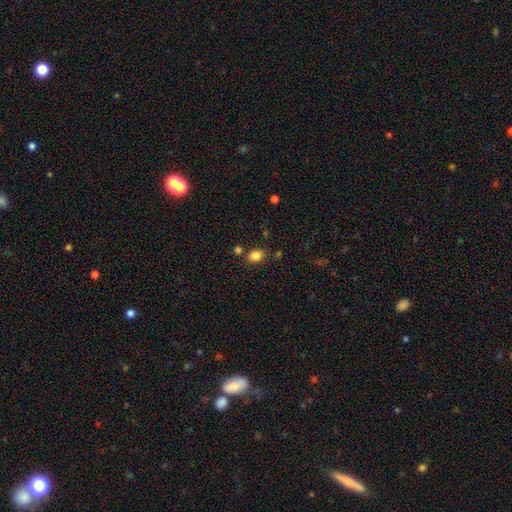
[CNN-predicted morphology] A smooth galaxy with no disk features (85%) that is in between round and cigar-shaped (73%). Merging: none (77%).